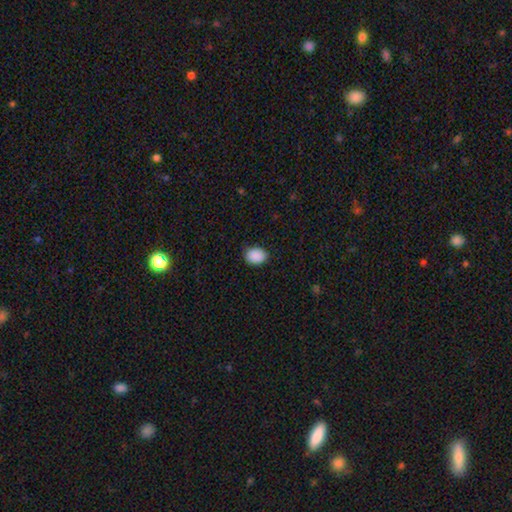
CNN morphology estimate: Smooth or featured? smooth (90%)
How rounded? in between (65%)
Merging? none (86%)